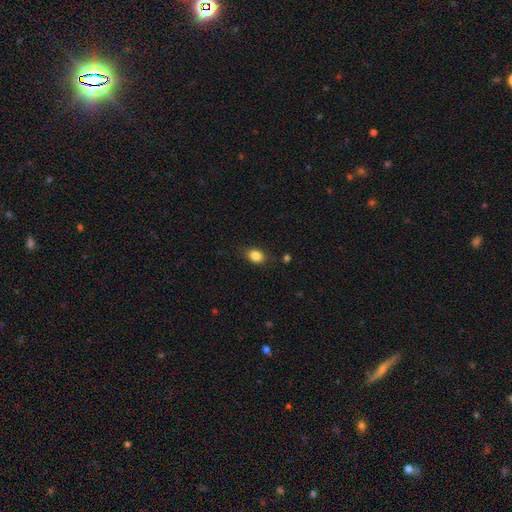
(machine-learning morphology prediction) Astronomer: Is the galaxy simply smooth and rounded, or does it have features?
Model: smooth — 84%.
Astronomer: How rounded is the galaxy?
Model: in between — 62%.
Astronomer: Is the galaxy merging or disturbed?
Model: none — 84%.